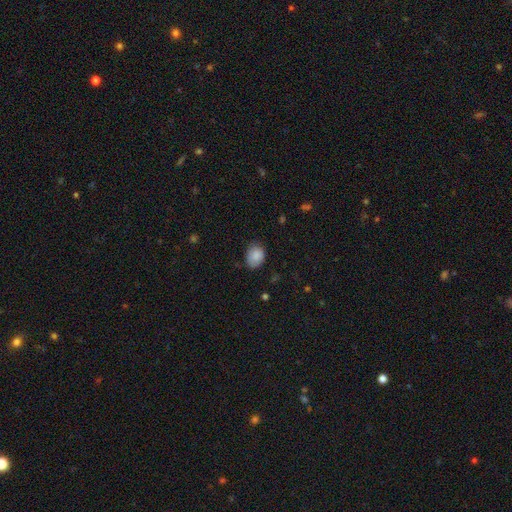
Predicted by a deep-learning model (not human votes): A smooth galaxy with no disk features (86%) that is in between round and cigar-shaped (61%).

Vote fractions:
- Smooth or featured? smooth: 86% / star or artifact: 8% / featured or disk: 6%
- How rounded? in between: 61% / round: 38% / cigar-shaped: 1%
- Merging? none: 69% / minor disturbance: 26% / major disturbance: 5% / merger: 1%